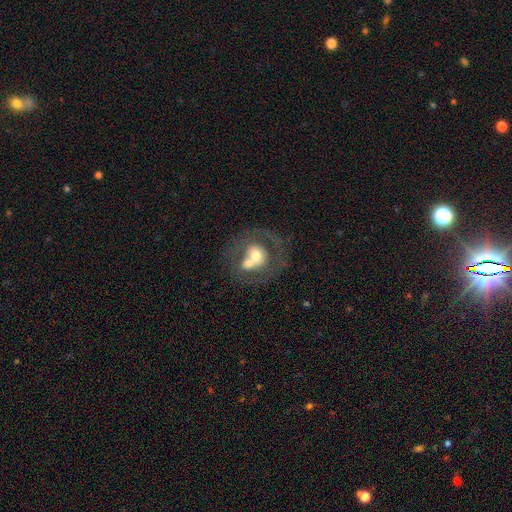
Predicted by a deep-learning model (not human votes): Smooth or featured?
  - featured or disk: 52% *
  - smooth: 40%
  - star or artifact: 8%
Edge-on disk?
  - no: 96% *
  - yes: 4%
Bar?
  - no: 82% *
  - weak: 13%
  - strong: 5%
Spiral arms?
  - no: 74% *
  - yes: 26%
Bulge size?
  - moderate: 62% *
  - large: 19%
  - small: 13%
  - none: 3%
  - dominant: 3%
Merging?
  - merger: 51% *
  - none: 30%
  - minor disturbance: 10%
  - major disturbance: 9%